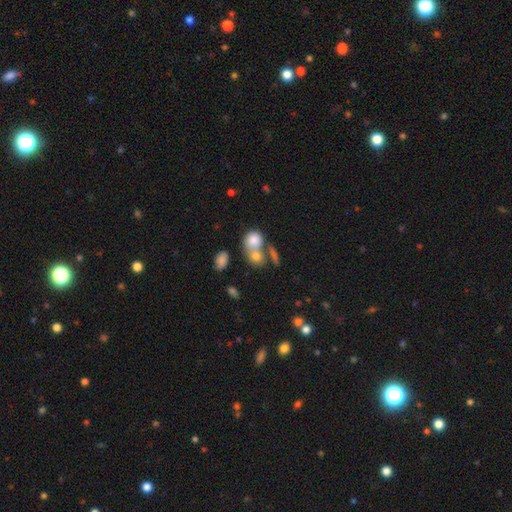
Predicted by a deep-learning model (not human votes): smooth_or_featured: smooth (p=0.76) [alt: featured or disk p=0.14]
how_rounded: round (p=0.59) [alt: in between p=0.39]
merging: merger (p=0.52) [alt: none p=0.34]